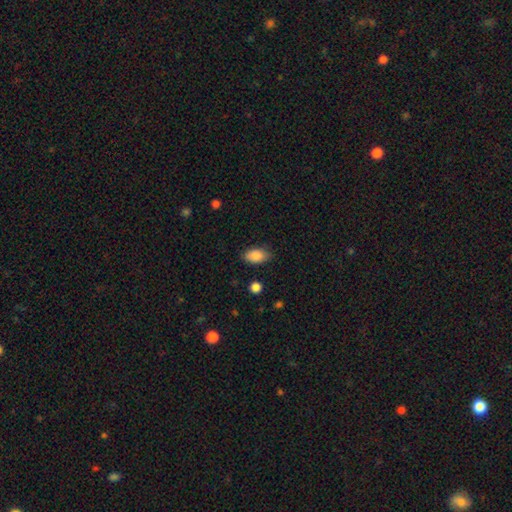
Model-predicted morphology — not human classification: Smooth or featured? smooth (88%)
How rounded? in between (91%)
Merging? none (79%)